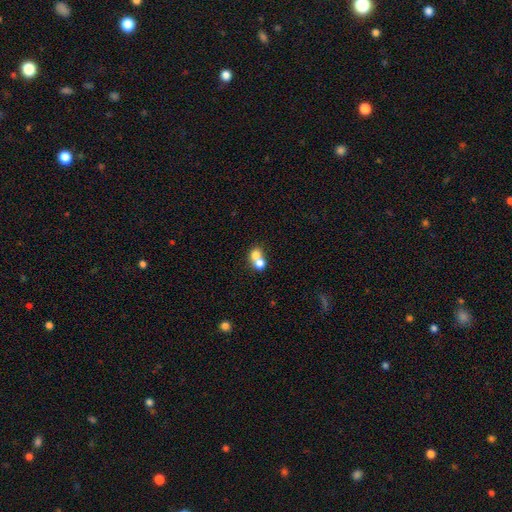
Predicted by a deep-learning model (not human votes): A smooth galaxy with no disk features (72%) that is round (70%). Merging: merger (69%).